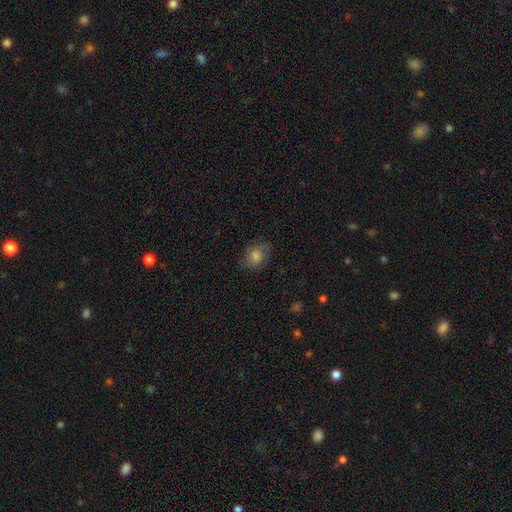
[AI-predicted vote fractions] This is possibly a smooth galaxy (57%). How rounded: possibly in between (58%). Merging: likely none (74%).